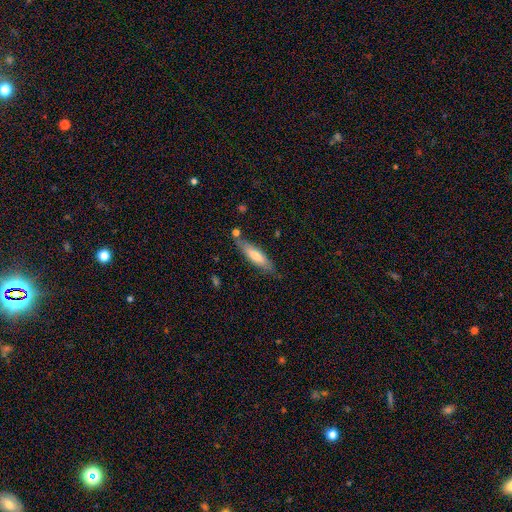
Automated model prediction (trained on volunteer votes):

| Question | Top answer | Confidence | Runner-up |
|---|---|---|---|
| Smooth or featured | smooth | 62% | featured or disk (32%) |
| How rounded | cigar-shaped | 73% | in between (26%) |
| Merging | none | 76% | minor disturbance (16%) |